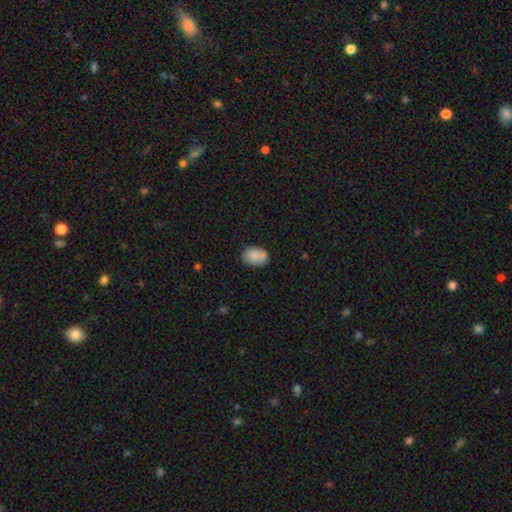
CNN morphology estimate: Overall: smooth (87%). How rounded: in between (82%). Merging: none (79%).